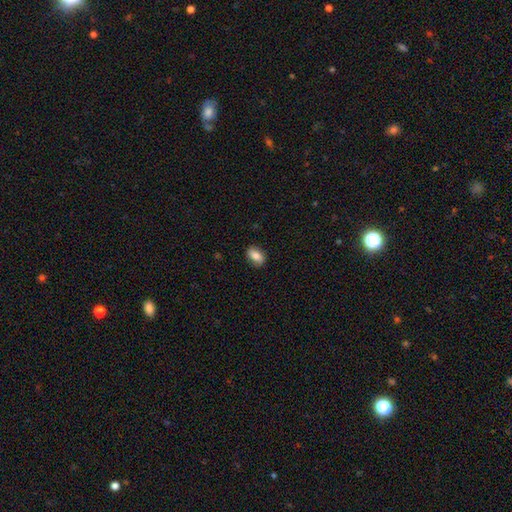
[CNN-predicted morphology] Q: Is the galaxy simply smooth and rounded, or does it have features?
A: smooth — 81%.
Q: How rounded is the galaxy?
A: in between — 86%.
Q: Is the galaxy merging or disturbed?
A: none — 85%.